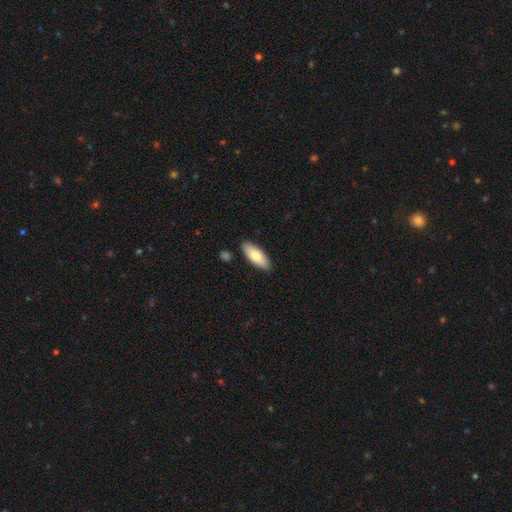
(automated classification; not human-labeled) A smooth galaxy with no disk features (75%) that is in between round and cigar-shaped (74%). Merging: none (88%).